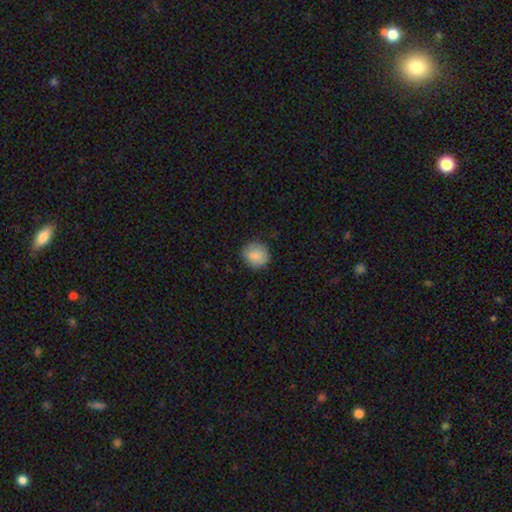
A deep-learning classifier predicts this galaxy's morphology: A smooth galaxy with no disk features (87%) that is round (79%). Merging: none (83%).